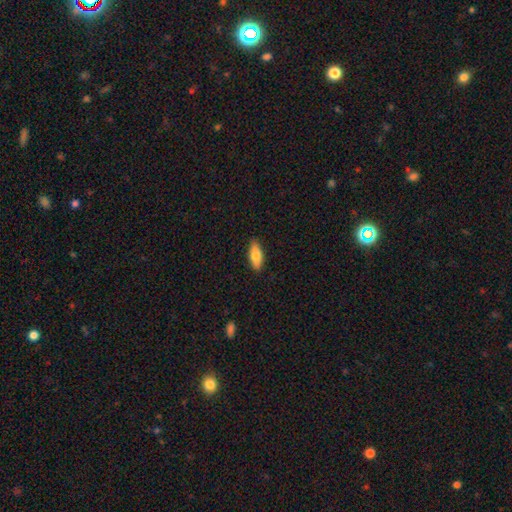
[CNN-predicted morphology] Smooth or featured?
  - smooth: 75% *
  - featured or disk: 19%
  - star or artifact: 6%
How rounded?
  - in between: 69% *
  - cigar-shaped: 28%
  - round: 2%
Merging?
  - none: 89% *
  - minor disturbance: 9%
  - major disturbance: 2%
  - merger: 1%